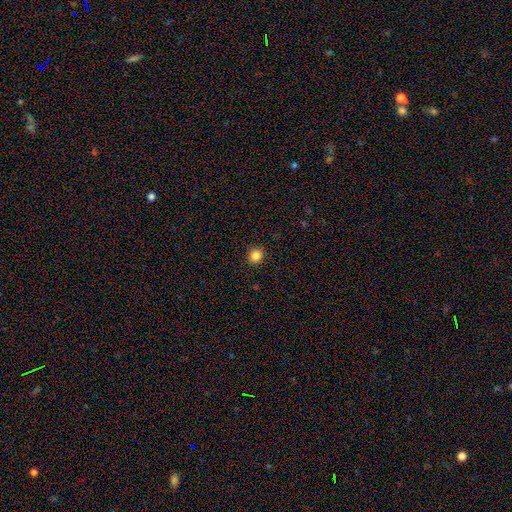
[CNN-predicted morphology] Smooth or featured? Predicted: smooth (p=0.85). How rounded? Predicted: round (p=0.80). Merging? Predicted: none (p=0.91).